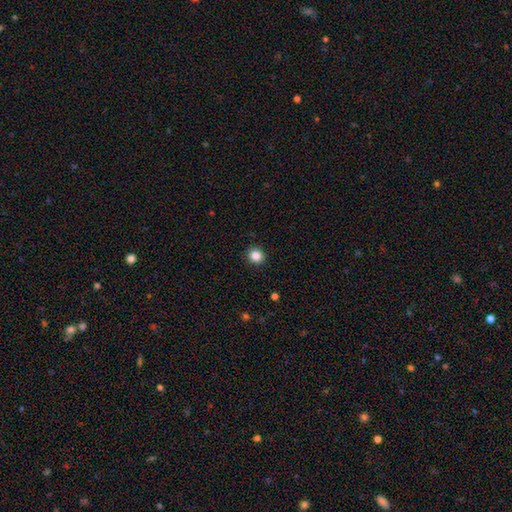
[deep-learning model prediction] Smooth or featured? Predicted: smooth (p=0.85). How rounded? Predicted: round (p=0.89). Merging? Predicted: none (p=0.92).